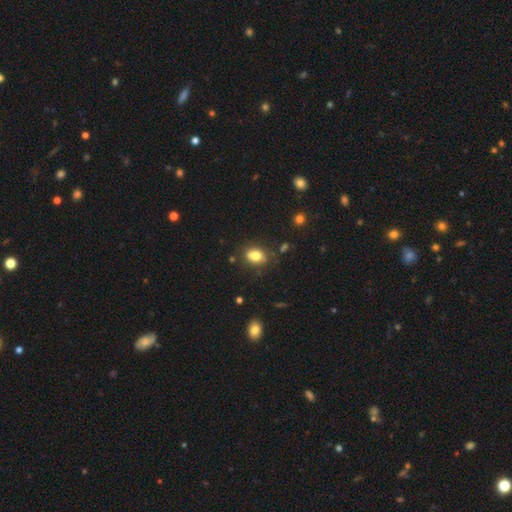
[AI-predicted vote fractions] Overall: smooth (77%). How rounded: in between (68%; round 30%). Merging: none (61%).